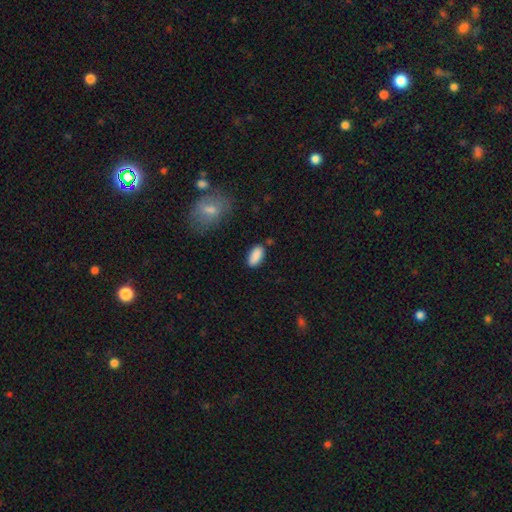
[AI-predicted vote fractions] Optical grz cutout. It shows a smooth galaxy with no disk features (89%) that is in between round and cigar-shaped (91%). Merging: none (82%).